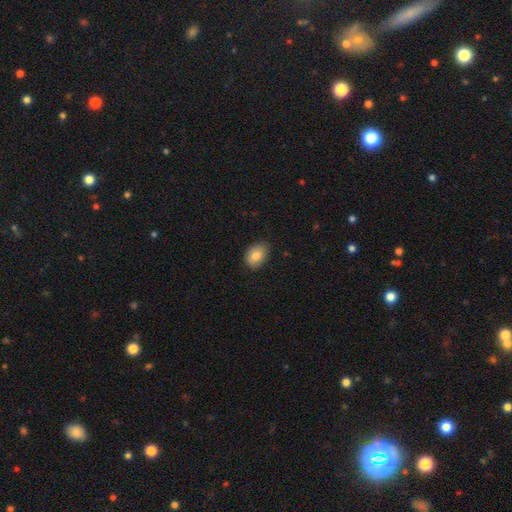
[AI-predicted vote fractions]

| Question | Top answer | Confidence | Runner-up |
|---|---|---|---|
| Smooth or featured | smooth | 83% | featured or disk (9%) |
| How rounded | in between | 77% | round (22%) |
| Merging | none | 81% | minor disturbance (16%) |